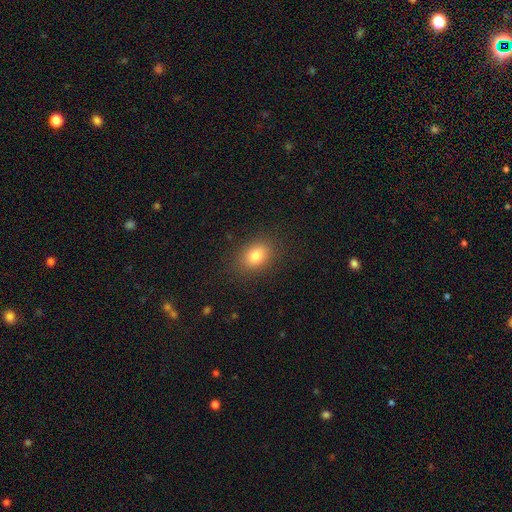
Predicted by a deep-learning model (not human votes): A smooth galaxy with no disk features (80%) that is in between round and cigar-shaped (66%). Merging: none (87%).